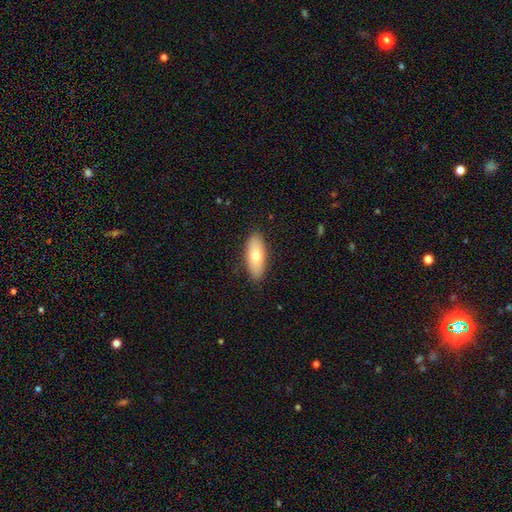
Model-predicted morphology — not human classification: Smooth or featured?
  - smooth: 72% *
  - featured or disk: 22%
  - star or artifact: 6%
How rounded?
  - in between: 79% *
  - cigar-shaped: 18%
  - round: 3%
Merging?
  - none: 88% *
  - minor disturbance: 9%
  - major disturbance: 2%
  - merger: 1%